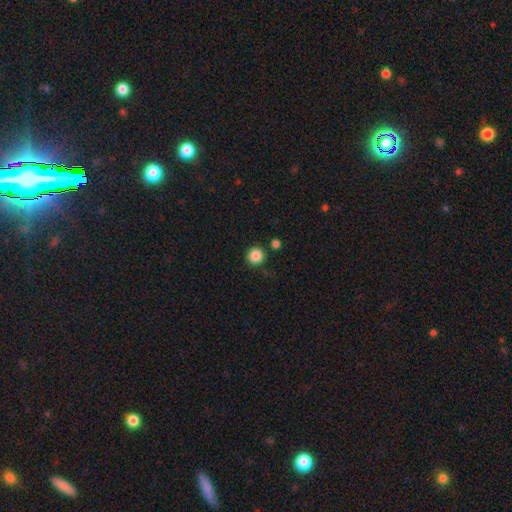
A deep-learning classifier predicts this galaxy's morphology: Smooth or featured?
  - smooth: 87% *
  - star or artifact: 10%
  - featured or disk: 3%
How rounded?
  - round: 94% *
  - in between: 5%
  - cigar-shaped: 1%
Merging?
  - none: 87% *
  - minor disturbance: 7%
  - merger: 4%
  - major disturbance: 2%